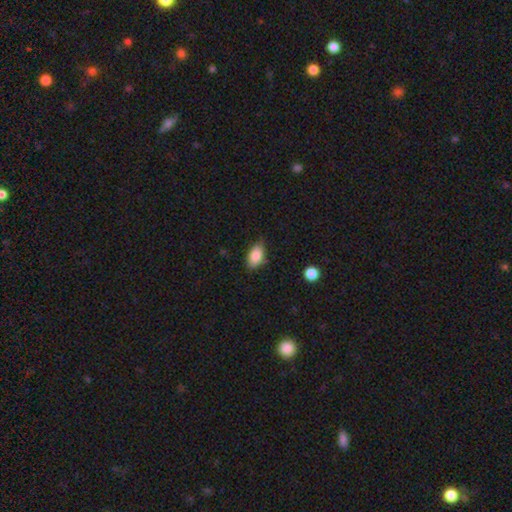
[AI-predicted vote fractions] This is clearly a smooth galaxy (84%). How rounded: clearly in between (91%). Merging: likely none (75%).